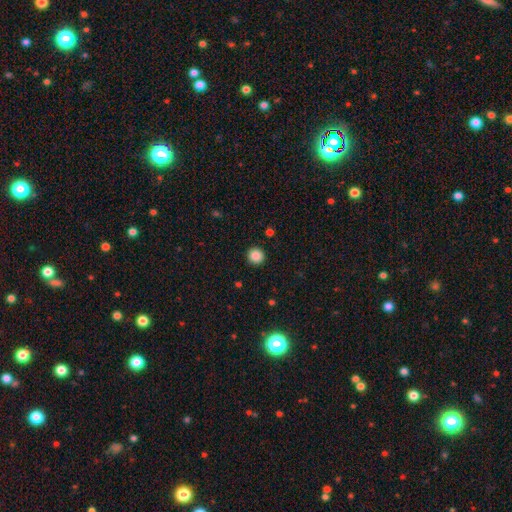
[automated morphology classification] A smooth galaxy with no disk features (87%) that is round (95%). Merging: none (93%).